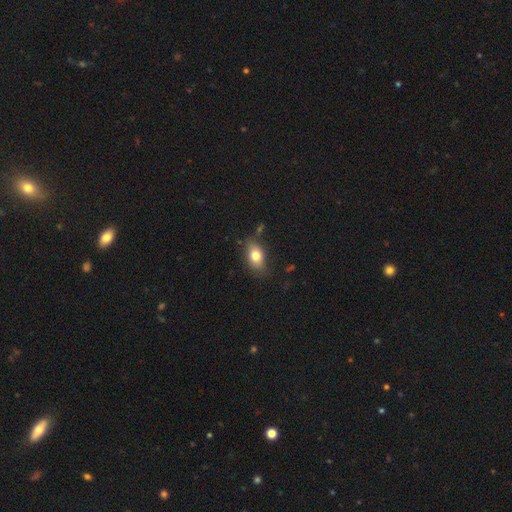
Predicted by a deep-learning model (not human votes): A smooth galaxy with no disk features (78%) that is in between round and cigar-shaped (84%). Merging: none (75%).